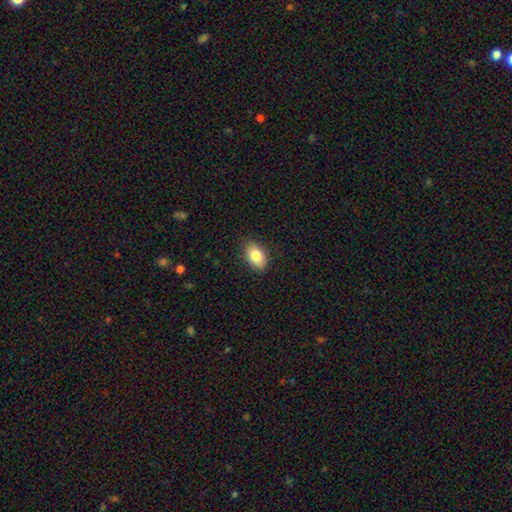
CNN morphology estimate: type=smooth (83%); roundness=in between (91%); merging=none (87%).